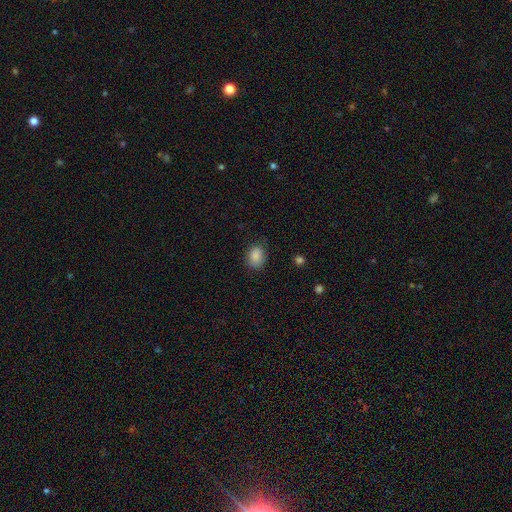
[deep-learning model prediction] smooth_or_featured: smooth (p=0.87) [alt: star or artifact p=0.09]
how_rounded: in between (p=0.60) [alt: round p=0.39]
merging: none (p=0.76) [alt: minor disturbance p=0.19]